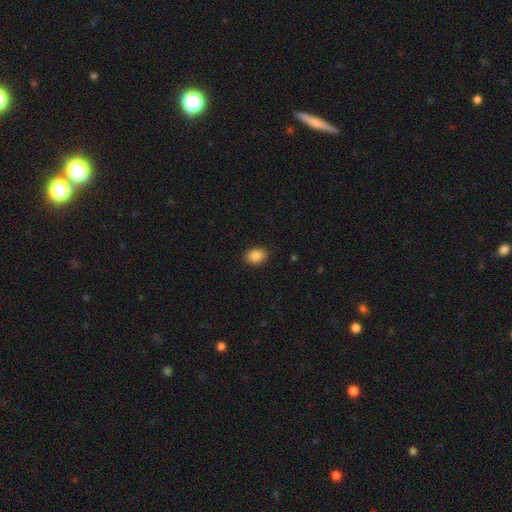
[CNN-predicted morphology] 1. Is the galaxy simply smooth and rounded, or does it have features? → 87% smooth, 9% star or artifact, 4% featured or disk.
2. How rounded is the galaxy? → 67% in between, 32% round, 1% cigar-shaped.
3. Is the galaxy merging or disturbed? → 89% none, 8% minor disturbance, 2% major disturbance, 1% merger.